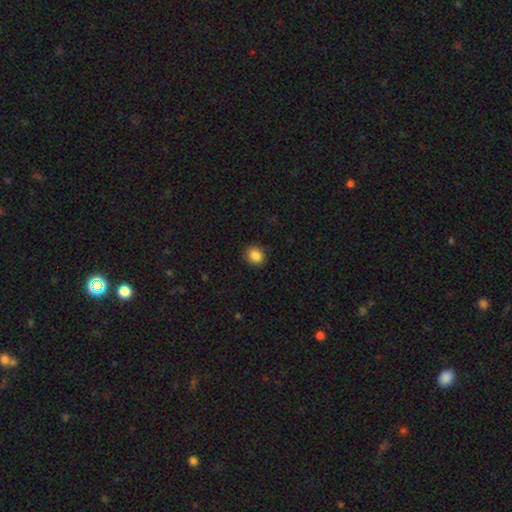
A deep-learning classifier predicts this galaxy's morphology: A smooth galaxy with no disk features (86%) that is round (71%). Merging: none (90%).